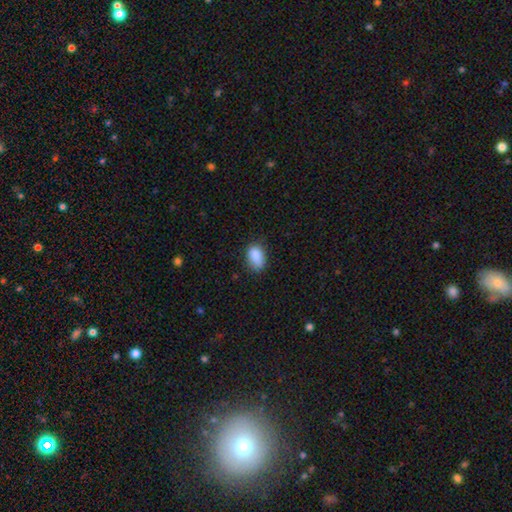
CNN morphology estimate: smooth-or-featured: smooth: 87% | star or artifact: 8% | featured or disk: 5%
  how-rounded: in between: 86% | round: 12% | cigar-shaped: 2%
  merging: none: 68% | minor disturbance: 26% | major disturbance: 5% | merger: 2%